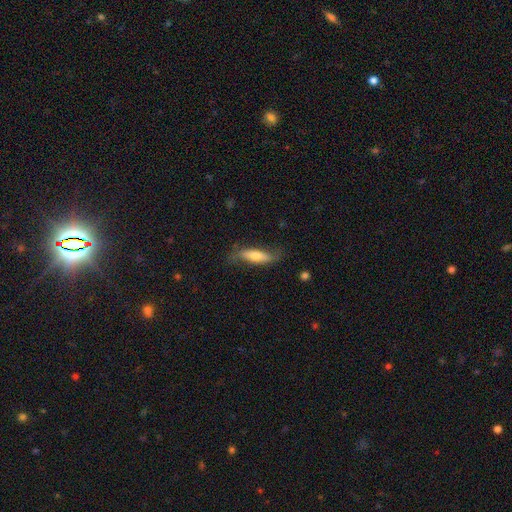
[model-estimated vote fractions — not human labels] Smooth or featured?
  - smooth: 55% *
  - featured or disk: 38%
  - star or artifact: 6%
How rounded?
  - cigar-shaped: 56% *
  - in between: 42%
  - round: 2%
Merging?
  - none: 64% *
  - minor disturbance: 25%
  - major disturbance: 10%
  - merger: 2%